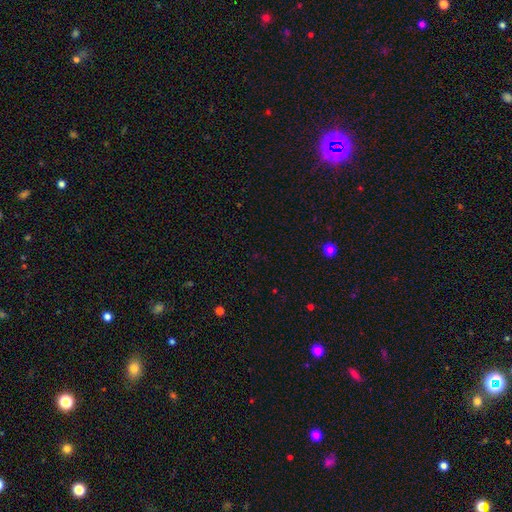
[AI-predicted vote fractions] A star or artifact, not a galaxy (62%).